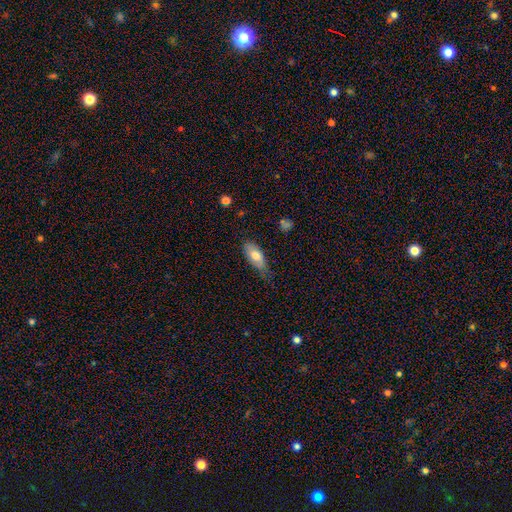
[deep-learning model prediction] smooth-or-featured: smooth: 74% | featured or disk: 20% | star or artifact: 6%
  how-rounded: in between: 83% | cigar-shaped: 14% | round: 3%
  merging: none: 55% | minor disturbance: 36% | major disturbance: 7% | merger: 2%